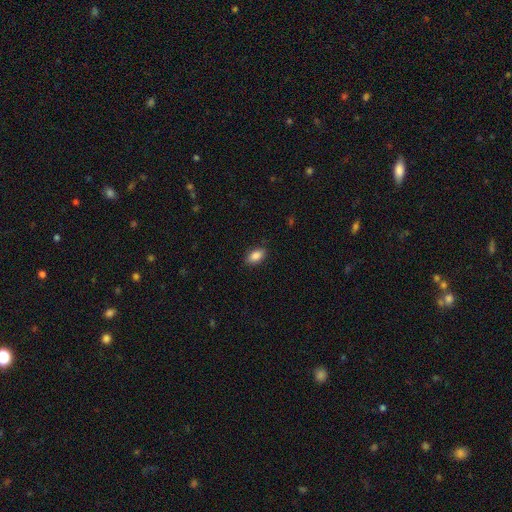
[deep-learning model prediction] A smooth galaxy with no disk features (87%) that is in between round and cigar-shaped (91%).

Vote fractions:
- Smooth or featured? smooth: 87% / star or artifact: 8% / featured or disk: 5%
- How rounded? in between: 91% / round: 6% / cigar-shaped: 3%
- Merging? none: 87% / minor disturbance: 10% / major disturbance: 2% / merger: 1%